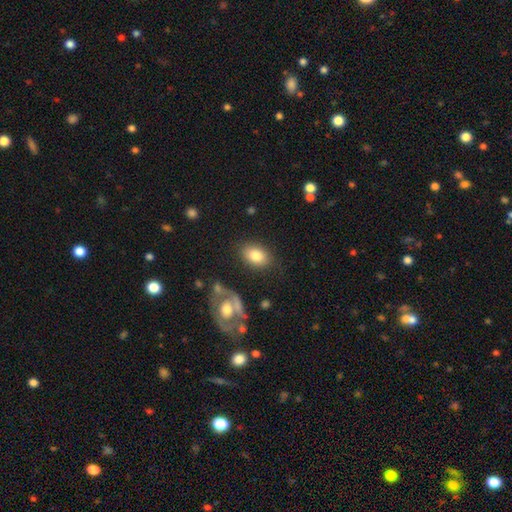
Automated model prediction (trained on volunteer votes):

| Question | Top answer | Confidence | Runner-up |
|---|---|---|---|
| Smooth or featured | smooth | 82% | featured or disk (11%) |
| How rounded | in between | 82% | round (17%) |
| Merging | none | 79% | minor disturbance (13%) |